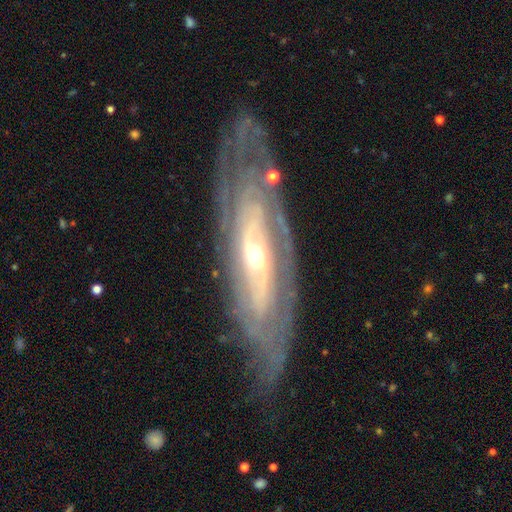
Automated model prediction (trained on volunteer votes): A featured or disk galaxy (85%) with no bar (58%), tight (72%) spiral arms (81%) and a small central bulge (55%).

Vote fractions:
- Smooth or featured? featured or disk: 85% / smooth: 10% / star or artifact: 6%
- Edge-on disk? no: 79% / yes: 21%
- Bar? no: 58% / weak: 25% / strong: 17%
- Spiral arms? yes: 81% / no: 19%
- Spiral winding? tight: 72% / medium: 21% / loose: 7%
- Spiral arm count? can't tell: 53% / 2: 23% / 3: 8% / 4: 6% / more than 4: 6% / 1: 4%
- Bulge size? small: 55% / moderate: 40% / large: 3% / dominant: 1% / none: 1%
- Merging? none: 76% / minor disturbance: 15% / major disturbance: 7% / merger: 2%